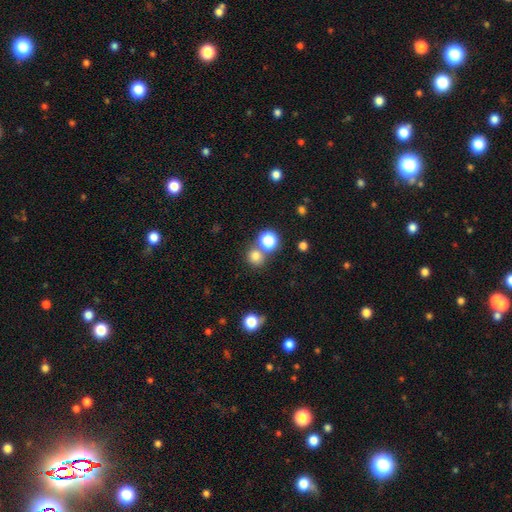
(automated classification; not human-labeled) smooth 75%, star or artifact 18%, featured or disk 6%. Down the decision tree: how rounded — round (88%); merging — none (68%).